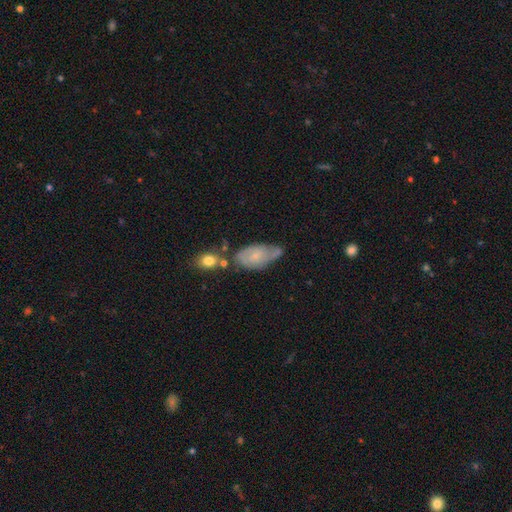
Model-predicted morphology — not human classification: Smooth or featured: featured or disk — 50% (smooth — 41%)
Edge-on disk: no — 92% (yes — 8%)
Merging: none — 45% (minor disturbance — 30%)